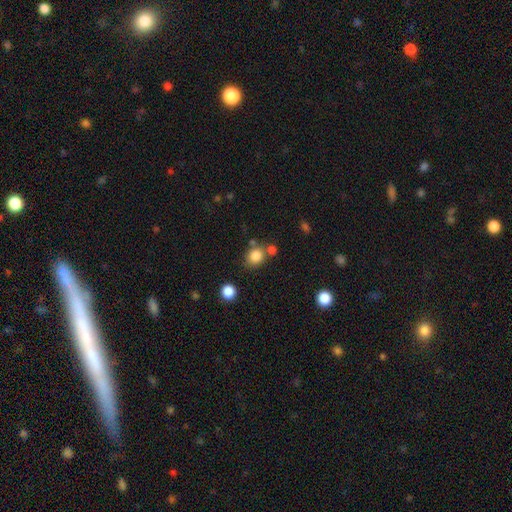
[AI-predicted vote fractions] Smooth or featured? Predicted: smooth (p=0.83). How rounded? Predicted: round (p=0.72). Merging? Predicted: none (p=0.67).